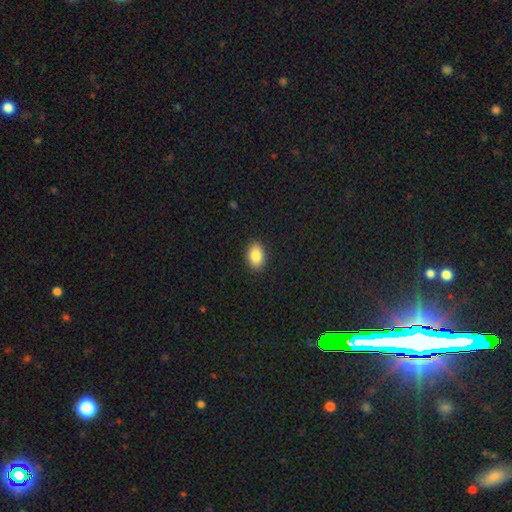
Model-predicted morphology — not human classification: smooth_or_featured: smooth (p=0.87) [alt: star or artifact p=0.08]
how_rounded: in between (p=0.86) [alt: round p=0.13]
merging: none (p=0.90) [alt: minor disturbance p=0.08]